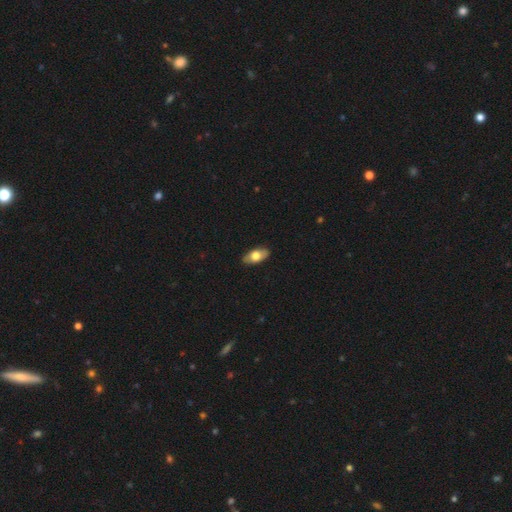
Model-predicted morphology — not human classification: Overall: smooth (67%; featured or disk 27%). How rounded: in between (89%). Merging: none (87%).